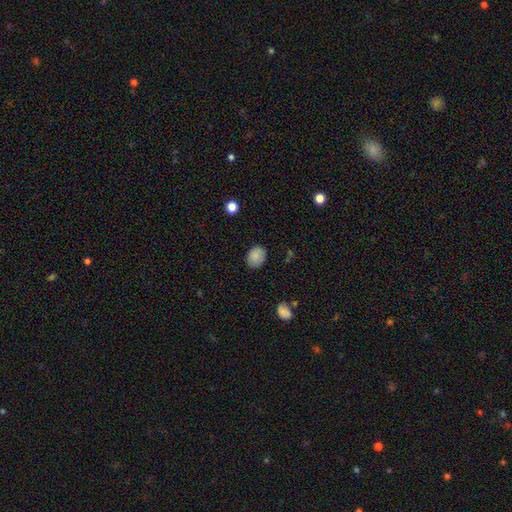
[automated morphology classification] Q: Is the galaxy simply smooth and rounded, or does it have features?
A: smooth — 86%.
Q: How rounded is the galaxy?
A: in between — 60%.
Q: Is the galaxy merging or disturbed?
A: none — 81%.